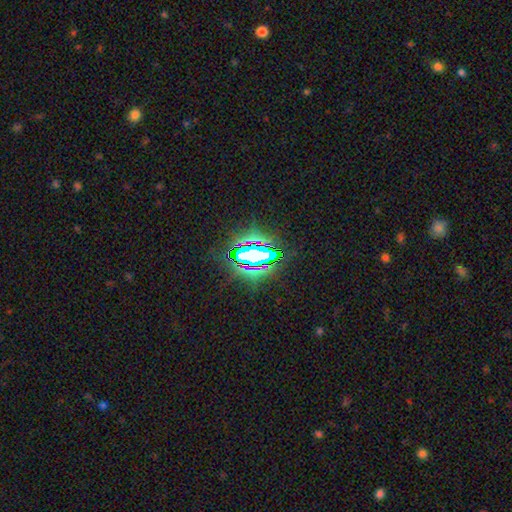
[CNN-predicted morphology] smooth-or-featured: star or artifact: 71% | smooth: 17% | featured or disk: 12%